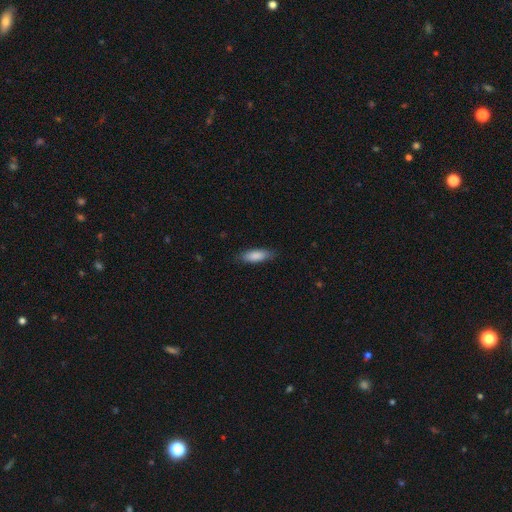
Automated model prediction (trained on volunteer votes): A smooth galaxy with no disk features (86%) that is in between round and cigar-shaped (58%). Merging: none (83%).